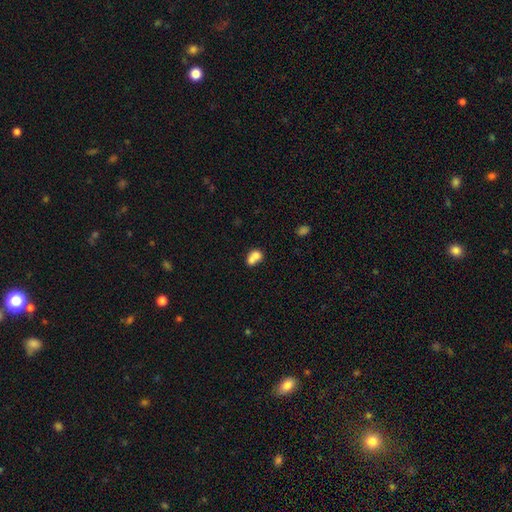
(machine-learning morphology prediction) A smooth galaxy with no disk features (73%) that is in between round and cigar-shaped (60%).

Vote fractions:
- Smooth or featured? smooth: 73% / featured or disk: 17% / star or artifact: 10%
- How rounded? in between: 60% / round: 38% / cigar-shaped: 2%
- Merging? merger: 63% / none: 23% / minor disturbance: 9% / major disturbance: 5%